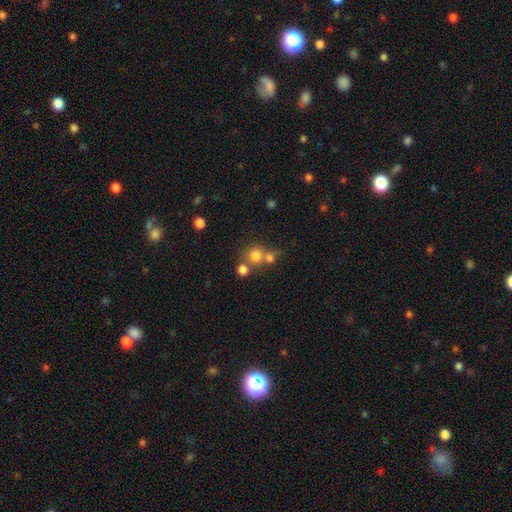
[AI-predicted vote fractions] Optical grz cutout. It shows a smooth galaxy with no disk features (73%) that is round (88%). Merging: none (49%).